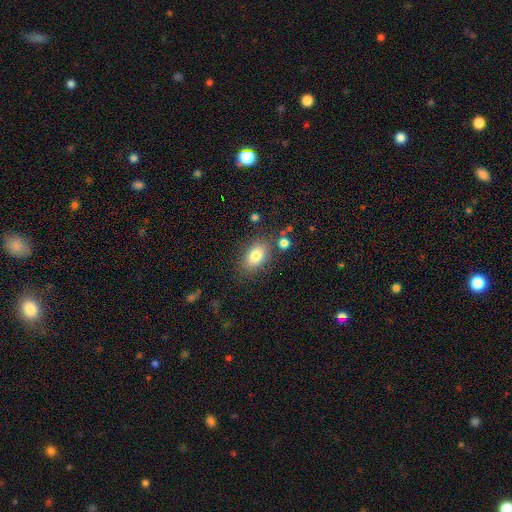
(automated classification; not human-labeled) Smooth or featured? smooth (81%)
How rounded? in between (88%)
Merging? none (78%)